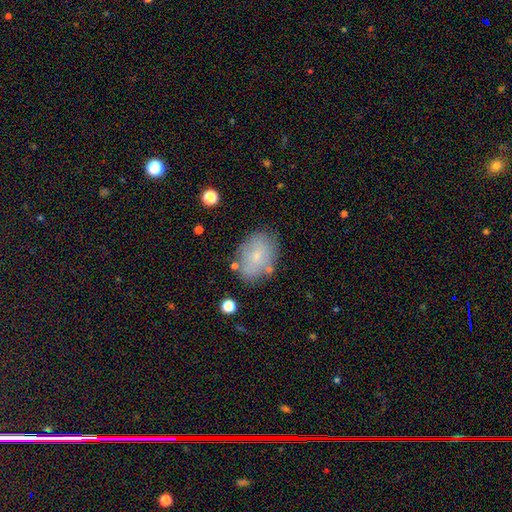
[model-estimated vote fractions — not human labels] Overall: smooth (66%). How rounded: in between (82%). Merging: none (75%).